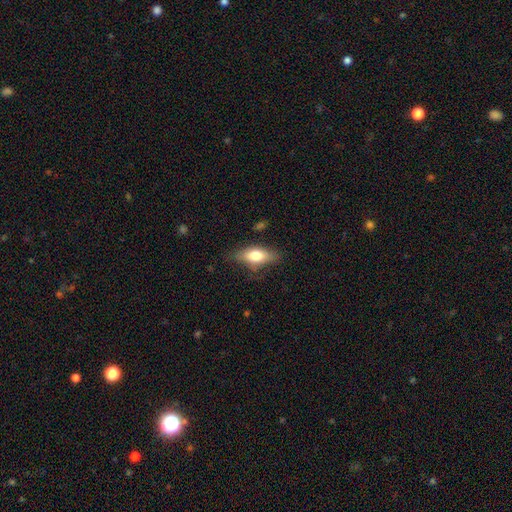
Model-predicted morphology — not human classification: smooth_or_featured: smooth (p=0.70) [alt: featured or disk p=0.23]
how_rounded: in between (p=0.74) [alt: cigar-shaped p=0.22]
merging: none (p=0.70) [alt: minor disturbance p=0.22]